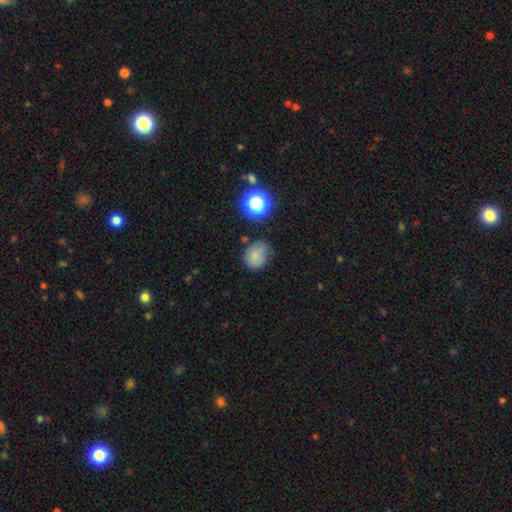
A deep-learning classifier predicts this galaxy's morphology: smooth 75%, star or artifact 14%, featured or disk 11%. Down the decision tree: how rounded — round (69%); merging — none (58%).